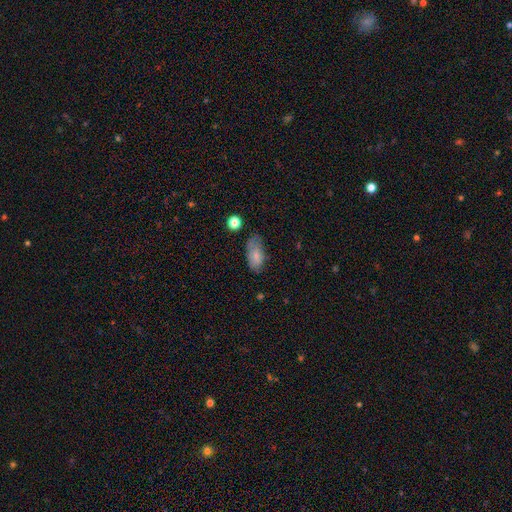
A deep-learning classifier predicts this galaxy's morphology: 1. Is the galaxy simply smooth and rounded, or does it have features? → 80% smooth, 13% featured or disk, 8% star or artifact.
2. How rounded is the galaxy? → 90% in between, 6% cigar-shaped, 4% round.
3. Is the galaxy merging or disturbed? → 54% none, 32% minor disturbance, 11% major disturbance, 3% merger.